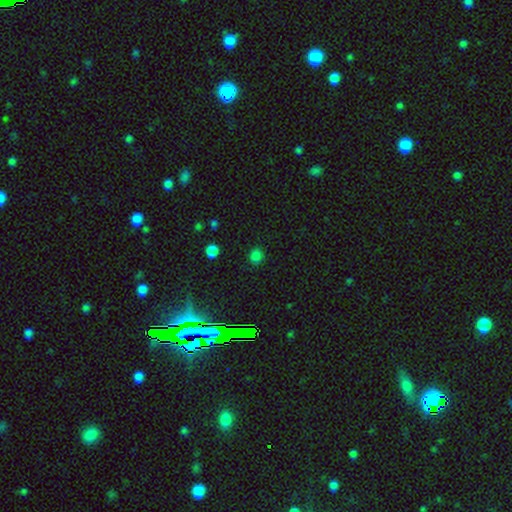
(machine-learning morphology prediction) A smooth galaxy with no disk features (76%) that is round (79%).

Vote fractions:
- Smooth or featured? smooth: 76% / star or artifact: 21% / featured or disk: 4%
- How rounded? round: 79% / in between: 19% / cigar-shaped: 1%
- Merging? none: 86% / minor disturbance: 9% / major disturbance: 3% / merger: 2%